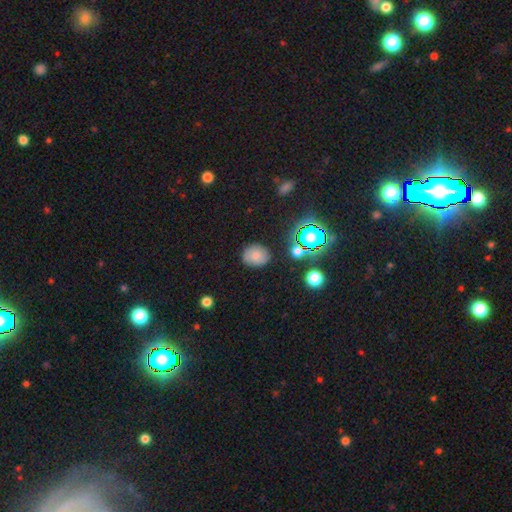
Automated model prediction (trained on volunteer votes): smooth 75%, star or artifact 13%, featured or disk 11%. Down the decision tree: how rounded — round (57%); merging — none (81%).